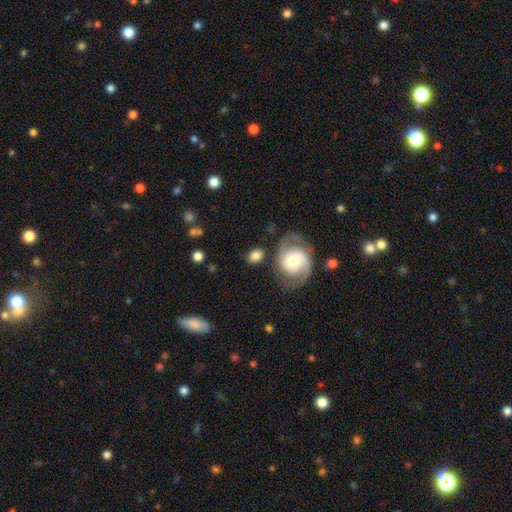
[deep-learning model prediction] smooth-or-featured: smooth: 70% | featured or disk: 23% | star or artifact: 7%
  how-rounded: in between: 55% | round: 43% | cigar-shaped: 2%
  merging: none: 70% | minor disturbance: 15% | merger: 9% | major disturbance: 7%